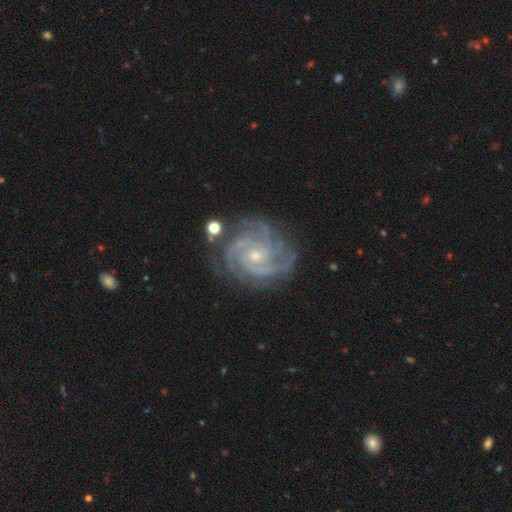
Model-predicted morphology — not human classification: A featured or disk galaxy (92%) with no bar (66%), 4 (32%) tight (71%) spiral arms (99%) and a small central bulge (67%). Merging: none (75%).